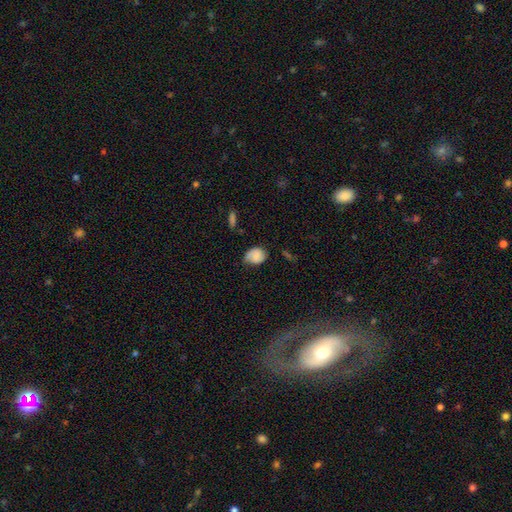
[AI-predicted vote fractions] smooth 70%, featured or disk 21%, star or artifact 9%. Down the decision tree: how rounded — in between (55%); merging — none (51%).